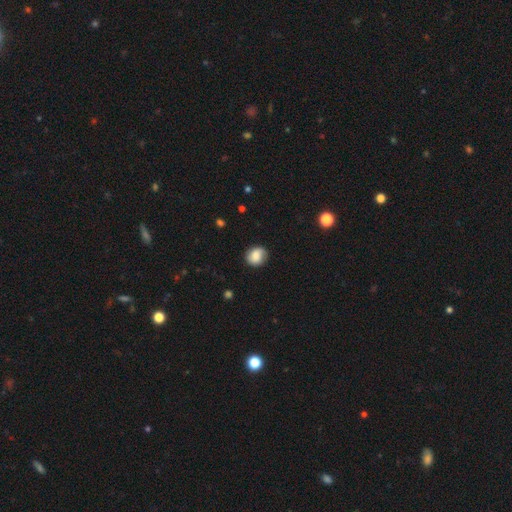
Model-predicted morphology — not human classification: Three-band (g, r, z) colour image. It shows a smooth galaxy with no disk features (72%) that is round (71%). Merging: none (81%).